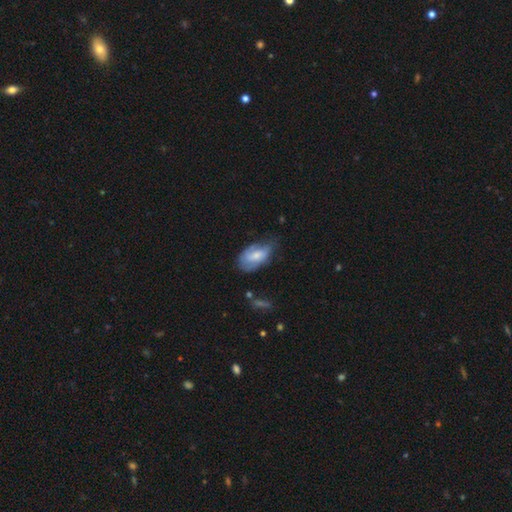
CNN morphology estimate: A smooth galaxy with no disk features (54%) that is in between round and cigar-shaped (91%).

Vote fractions:
- Smooth or featured? smooth: 54% / featured or disk: 40% / star or artifact: 7%
- How rounded? in between: 91% / round: 5% / cigar-shaped: 3%
- Merging? none: 44% / minor disturbance: 37% / major disturbance: 16% / merger: 3%